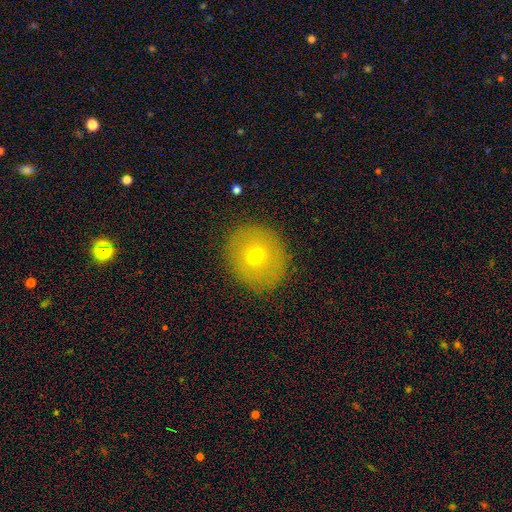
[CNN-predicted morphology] A smooth galaxy with no disk features (61%) that is round (79%). Merging: none (87%).